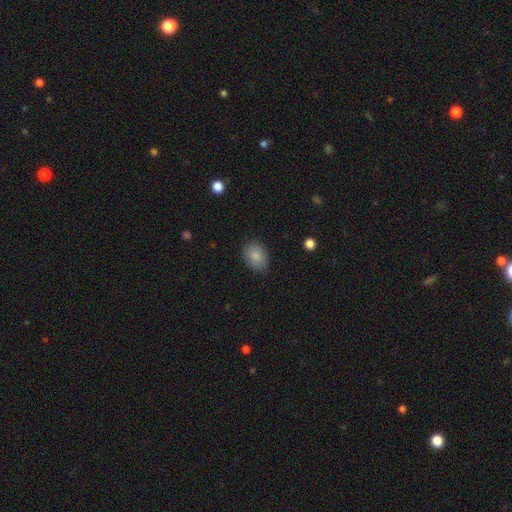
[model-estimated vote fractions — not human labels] A smooth galaxy with no disk features (85%) that is in between round and cigar-shaped (70%). Merging: none (85%).